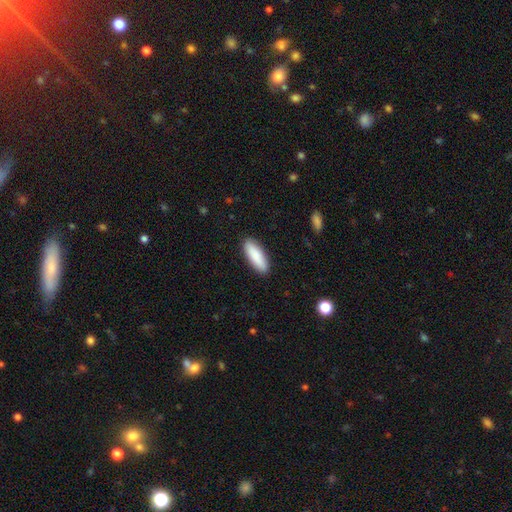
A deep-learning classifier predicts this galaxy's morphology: Smooth or featured? Predicted: smooth (p=0.86). How rounded? Predicted: in between (p=0.59). Merging? Predicted: none (p=0.90).